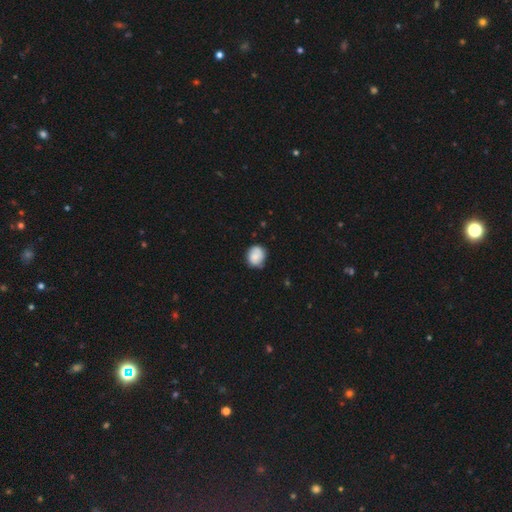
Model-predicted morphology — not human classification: A smooth galaxy with no disk features (78%) that is round (71%).

Vote fractions:
- Smooth or featured? smooth: 78% / featured or disk: 14% / star or artifact: 8%
- How rounded? round: 71% / in between: 28% / cigar-shaped: 1%
- Merging? none: 68% / minor disturbance: 26% / major disturbance: 4% / merger: 2%